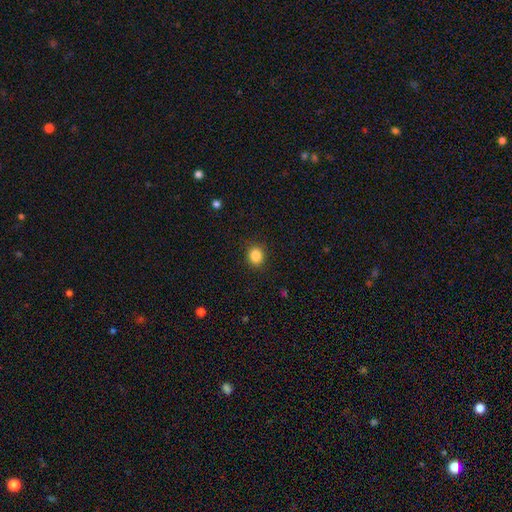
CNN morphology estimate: type=smooth (86%); roundness=round (77%); merging=none (89%).